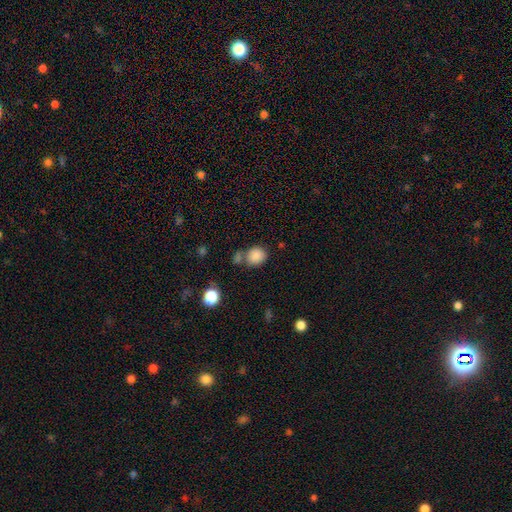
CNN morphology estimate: smooth_or_featured: smooth (p=0.86) [alt: star or artifact p=0.10]
how_rounded: round (p=0.74) [alt: in between p=0.25]
merging: none (p=0.59) [alt: merger p=0.22]